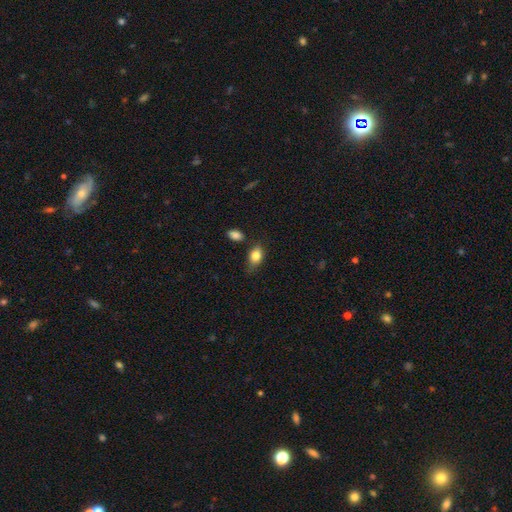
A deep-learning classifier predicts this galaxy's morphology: Smooth or featured? smooth (82%)
How rounded? in between (84%)
Merging? none (65%)